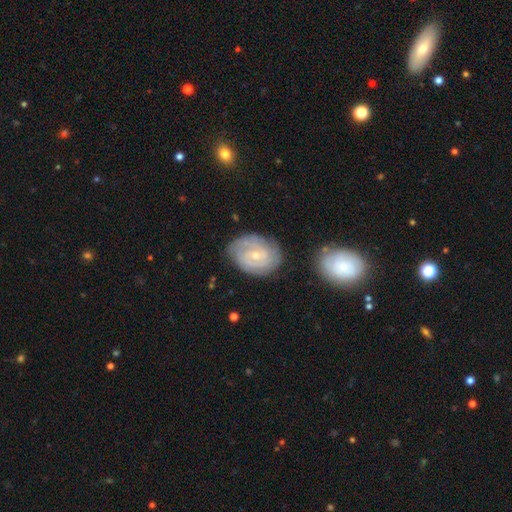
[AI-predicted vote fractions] Smooth or featured: featured or disk — 78% (smooth — 16%)
Edge-on disk: no — 97% (yes — 3%)
Bar: no — 61% (weak — 33%)
Spiral arms: yes — 93% (no — 7%)
Spiral winding: tight — 76% (medium — 19%)
Spiral arm count: can't tell — 34% (2 — 33%)
Bulge size: small — 70% (moderate — 27%)
Merging: none — 75% (minor disturbance — 17%)